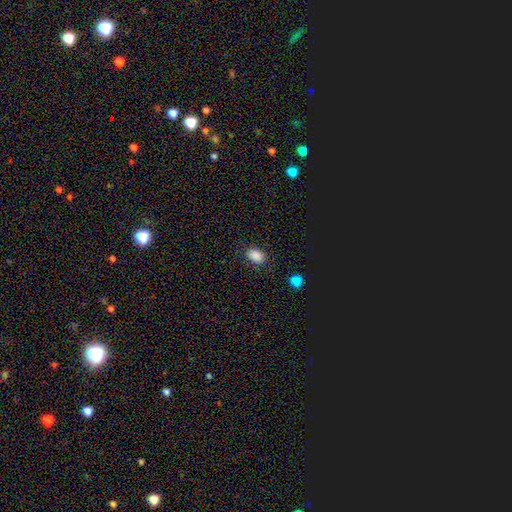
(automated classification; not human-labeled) The model was most divided on "how rounded": in between: 80%, round: 19%, cigar-shaped: 1%. More confident: smooth or featured — smooth (87%); merging — none (84%).